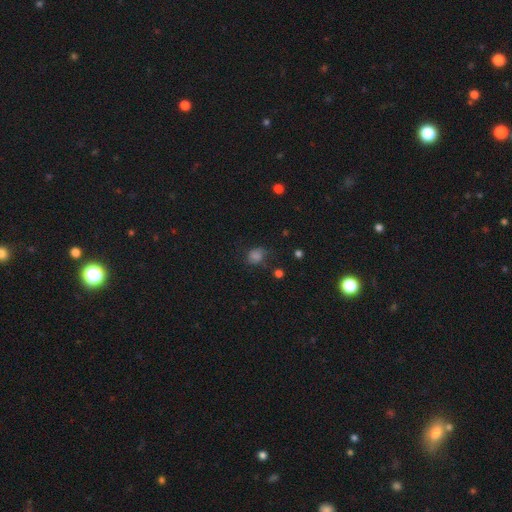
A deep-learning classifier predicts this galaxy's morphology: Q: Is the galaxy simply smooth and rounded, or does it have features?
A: smooth — 70%.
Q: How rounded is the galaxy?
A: round — 53%.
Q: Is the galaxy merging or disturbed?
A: none — 54%.